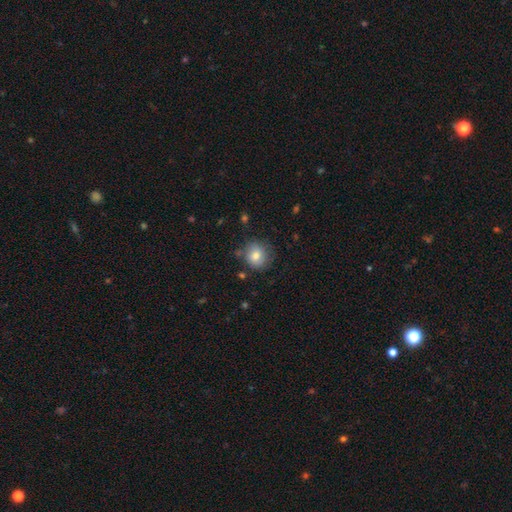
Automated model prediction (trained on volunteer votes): Q: Smooth or featured?
A: smooth (78%); runner-up: featured or disk (12%)
Q: How rounded?
A: round (82%); runner-up: in between (17%)
Q: Merging?
A: none (75%); runner-up: minor disturbance (17%)